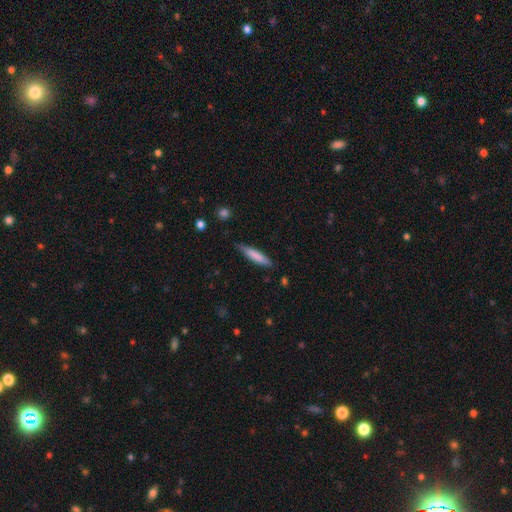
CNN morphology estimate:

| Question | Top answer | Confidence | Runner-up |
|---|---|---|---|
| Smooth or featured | smooth | 77% | featured or disk (18%) |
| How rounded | cigar-shaped | 86% | in between (12%) |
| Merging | none | 78% | minor disturbance (18%) |